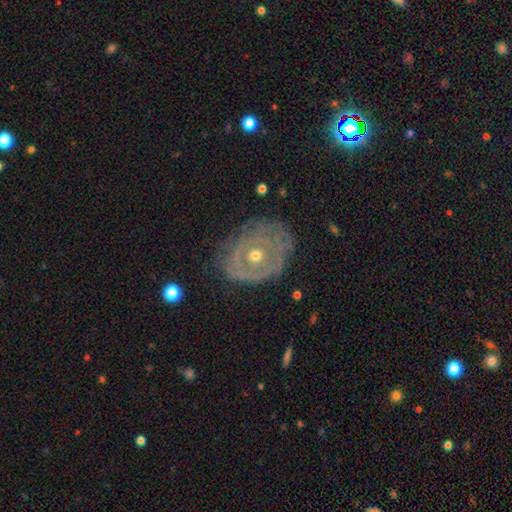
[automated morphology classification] featured or disk 77%, smooth 16%, star or artifact 6%. Down the decision tree: edge-on disk — no (96%); bar — no (85%); spiral arms — yes (63%); bulge size — moderate (63%); merging — none (63%).